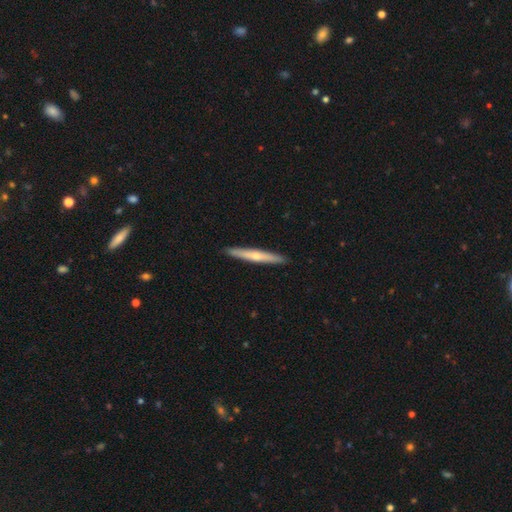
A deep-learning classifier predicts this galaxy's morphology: Q: Smooth or featured?
A: featured or disk (49%); runner-up: smooth (46%)
Q: Merging?
A: none (92%); runner-up: minor disturbance (5%)